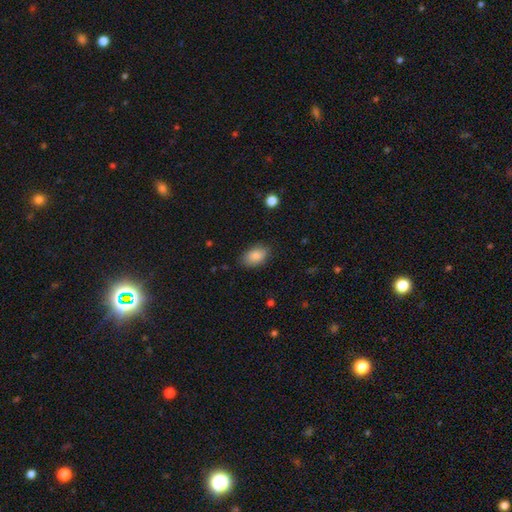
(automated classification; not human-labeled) The model was most divided on "merging": none: 81%, minor disturbance: 14%, major disturbance: 3%, merger: 1%. More confident: how rounded — in between (89%); smooth or featured — smooth (87%).